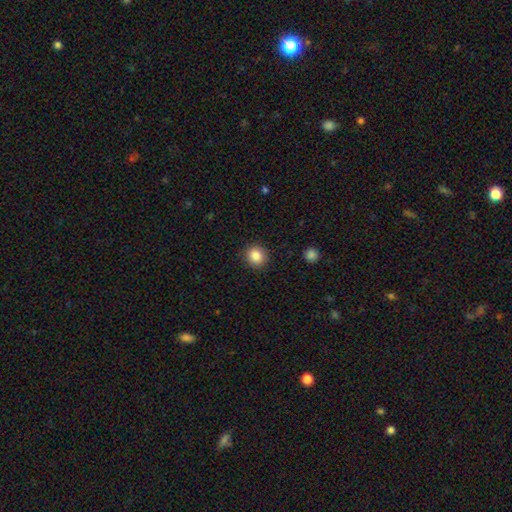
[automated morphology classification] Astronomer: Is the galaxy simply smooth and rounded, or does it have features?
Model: smooth — 86%.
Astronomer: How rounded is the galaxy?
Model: round — 85%.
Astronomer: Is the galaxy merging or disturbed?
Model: none — 90%.